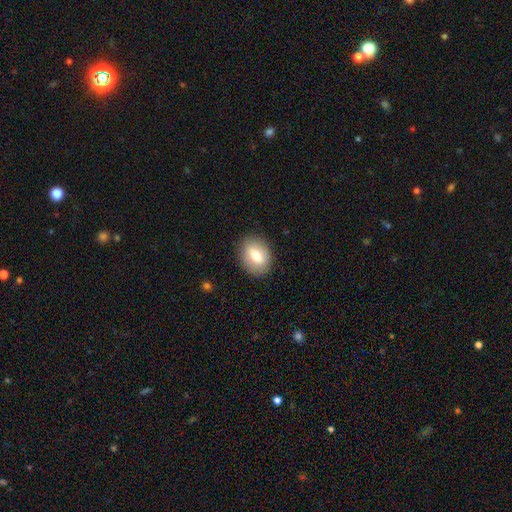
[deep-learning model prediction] The model was most divided on "how rounded": in between: 68%, round: 31%, cigar-shaped: 1%. More confident: merging — none (87%); smooth or featured — smooth (70%).